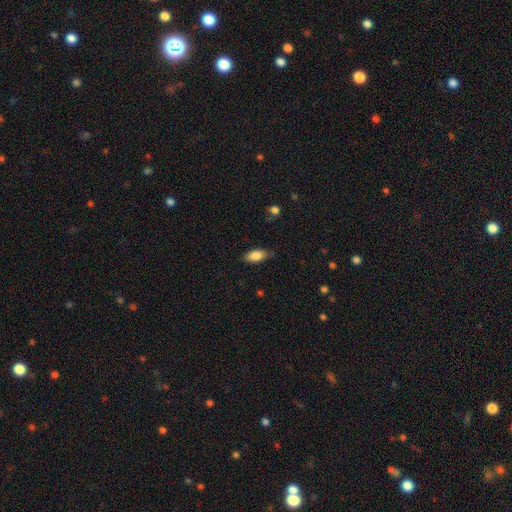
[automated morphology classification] Smooth or featured? smooth (85%)
How rounded? in between (89%)
Merging? none (75%)